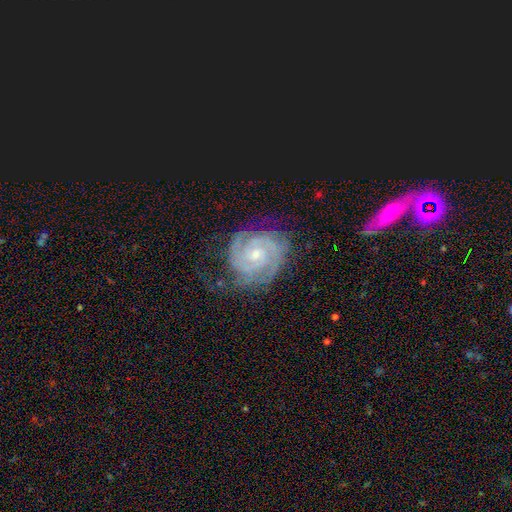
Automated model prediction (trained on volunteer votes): Smooth or featured? featured or disk (78%)
Edge-on disk? no (97%)
Bar? no (70%)
Spiral arms? yes (98%)
Spiral winding? tight (77%)
Spiral arm count? 2 (32%)
Bulge size? small (56%)
Merging? none (75%)